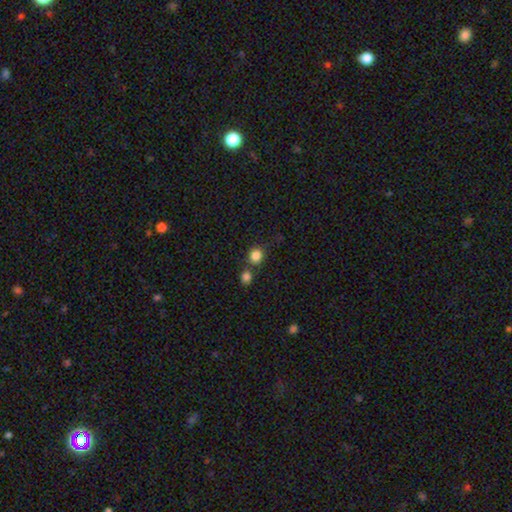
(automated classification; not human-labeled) A smooth galaxy with no disk features (84%) that is round (83%). Merging: none (65%).